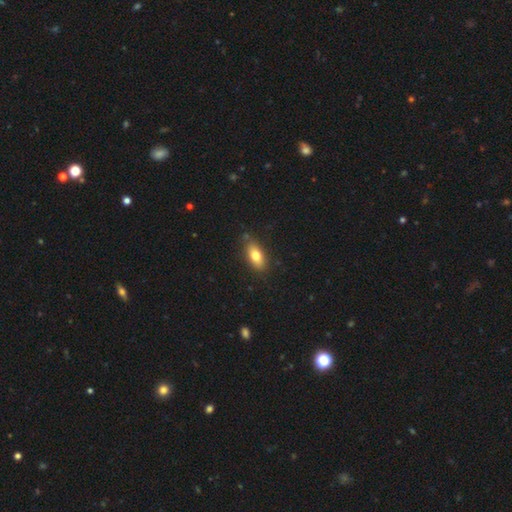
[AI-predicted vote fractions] Smooth or featured: smooth — 78% (featured or disk — 15%)
How rounded: in between — 86% (cigar-shaped — 9%)
Merging: none — 81% (minor disturbance — 14%)